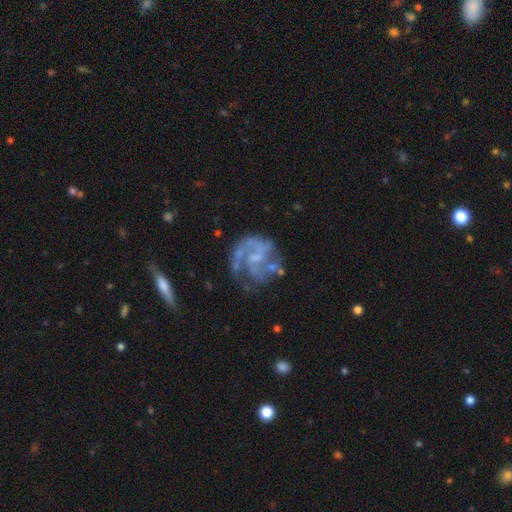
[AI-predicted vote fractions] Smooth or featured: featured or disk — 84% (smooth — 9%)
Edge-on disk: no — 98% (yes — 2%)
Bar: no — 47% (weak — 42%)
Spiral arms: yes — 90% (no — 10%)
Spiral winding: medium — 47% (tight — 31%)
Spiral arm count: 2 — 46% (1 — 18%)
Bulge size: small — 39% (none — 38%)
Merging: none — 51% (major disturbance — 24%)